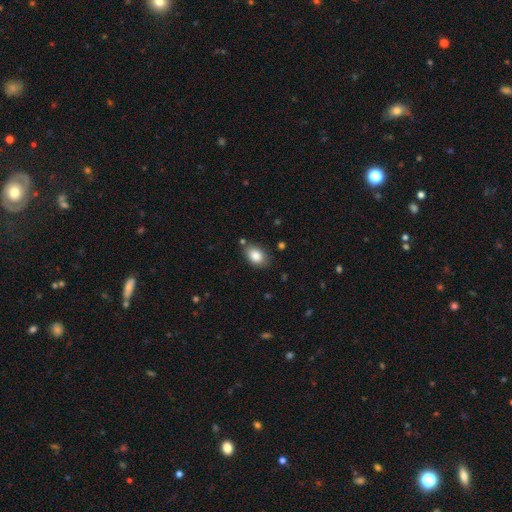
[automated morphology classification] Smooth or featured: smooth — 84% (featured or disk — 8%)
How rounded: in between — 84% (round — 15%)
Merging: none — 79% (minor disturbance — 14%)